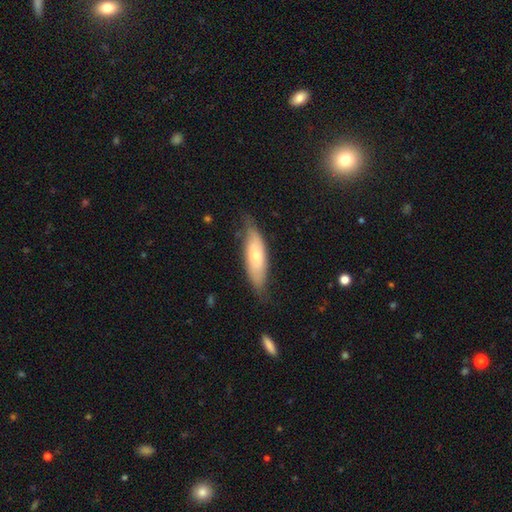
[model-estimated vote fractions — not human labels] Morphology: type=smooth (61%); roundness=in between (51%); merging=none (71%).